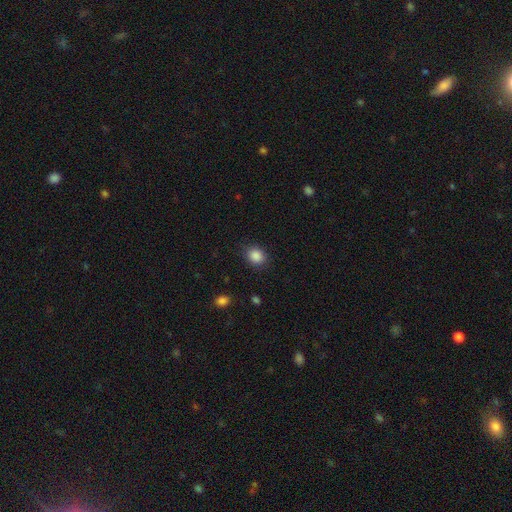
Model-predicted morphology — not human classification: This is clearly a smooth galaxy (87%). How rounded: possibly round (60%). Merging: clearly none (85%).